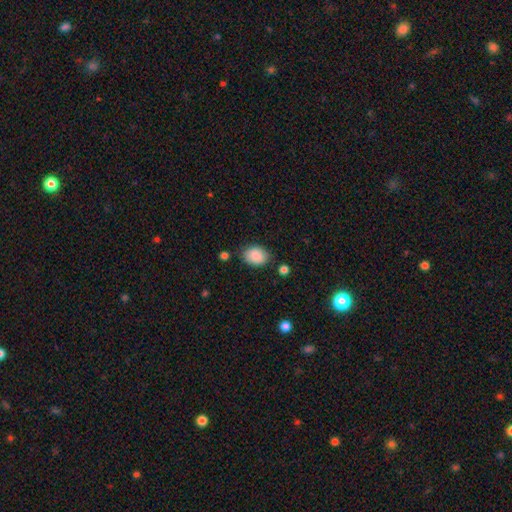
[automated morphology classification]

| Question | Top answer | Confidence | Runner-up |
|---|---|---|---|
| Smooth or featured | smooth | 88% | star or artifact (7%) |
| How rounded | in between | 72% | round (27%) |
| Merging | none | 77% | minor disturbance (16%) |